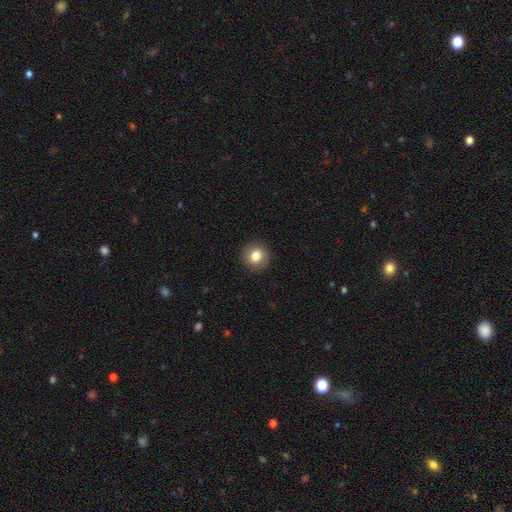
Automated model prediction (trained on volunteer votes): Smooth or featured? smooth (81%)
How rounded? round (86%)
Merging? none (91%)